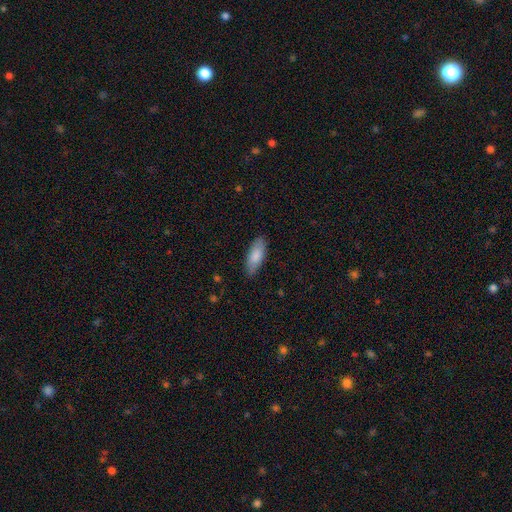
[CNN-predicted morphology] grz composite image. It shows a smooth galaxy with no disk features (83%) that is in between round and cigar-shaped (76%). Merging: none (84%).